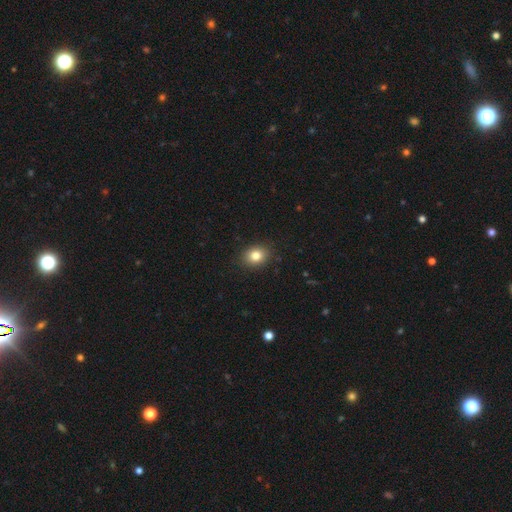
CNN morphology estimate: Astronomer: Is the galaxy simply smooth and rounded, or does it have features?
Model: smooth — 82%.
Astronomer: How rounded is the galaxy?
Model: in between — 52% (runner-up: round, 47%).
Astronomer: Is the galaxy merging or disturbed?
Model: none — 89%.